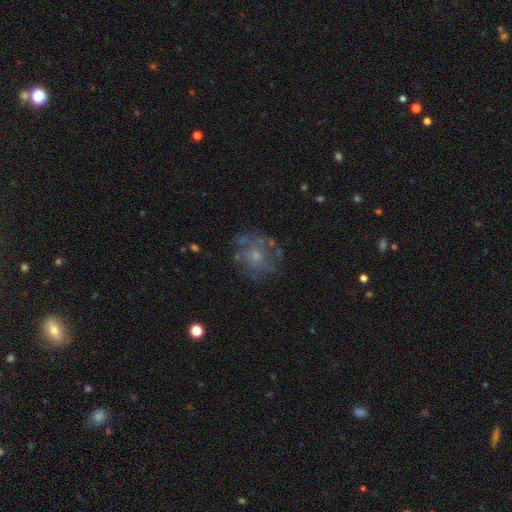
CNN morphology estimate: smooth_or_featured: featured or disk (p=0.53) [alt: smooth p=0.35]
disk_edge_on: no (p=0.97) [alt: yes p=0.03]
bar: no (p=0.87) [alt: weak p=0.11]
has_spiral_arms: no (p=0.67) [alt: yes p=0.33]
bulge_size: small (p=0.52) [alt: moderate p=0.33]
merging: none (p=0.63) [alt: minor disturbance p=0.18]